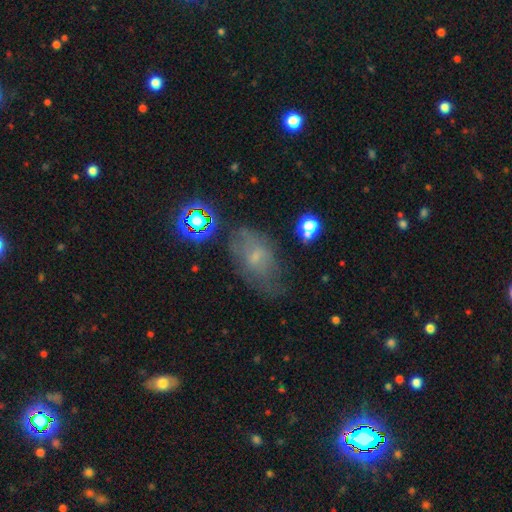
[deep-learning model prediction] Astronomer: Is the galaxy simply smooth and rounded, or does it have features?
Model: smooth — 42% (runner-up: featured or disk, 37%).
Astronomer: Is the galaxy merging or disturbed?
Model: none — 53%.